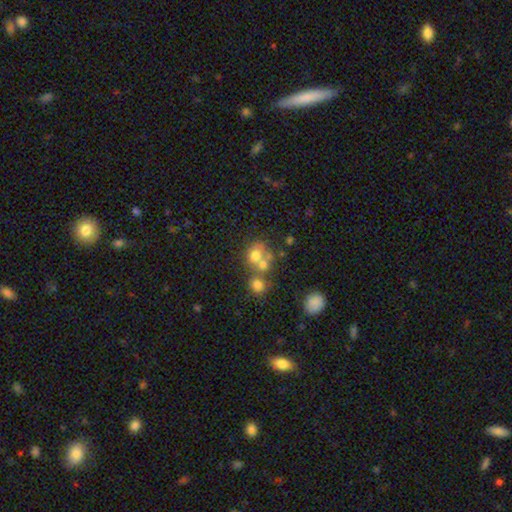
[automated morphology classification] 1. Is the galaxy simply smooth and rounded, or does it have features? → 65% smooth, 20% featured or disk, 15% star or artifact.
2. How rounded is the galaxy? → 71% round, 28% in between, 1% cigar-shaped.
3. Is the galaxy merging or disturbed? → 50% merger, 35% none, 9% minor disturbance, 6% major disturbance.